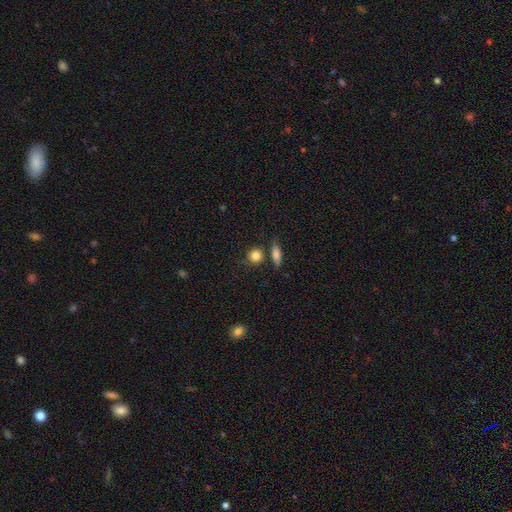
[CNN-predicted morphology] Smooth or featured? smooth (84%)
How rounded? round (82%)
Merging? none (74%)